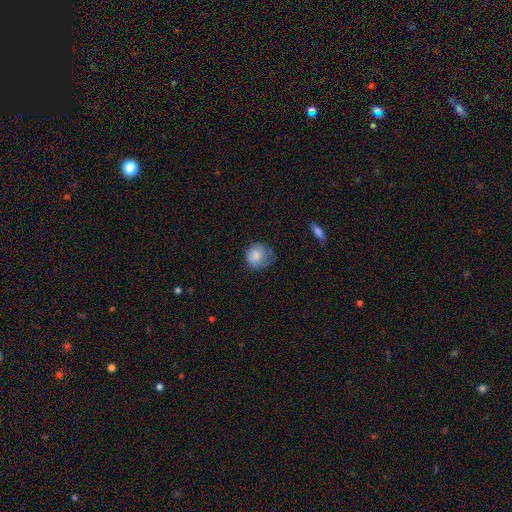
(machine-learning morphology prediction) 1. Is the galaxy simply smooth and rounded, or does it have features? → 83% smooth, 10% featured or disk, 8% star or artifact.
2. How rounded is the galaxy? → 81% round, 18% in between, 1% cigar-shaped.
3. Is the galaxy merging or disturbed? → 56% none, 31% minor disturbance, 11% major disturbance, 1% merger.